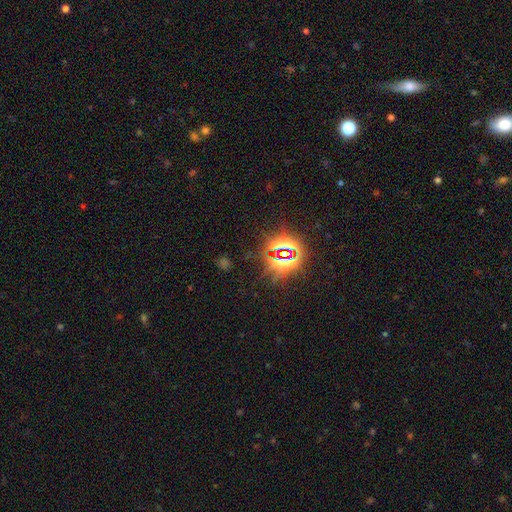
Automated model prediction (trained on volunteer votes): This appears to be a star or artifact, not a galaxy (78%).